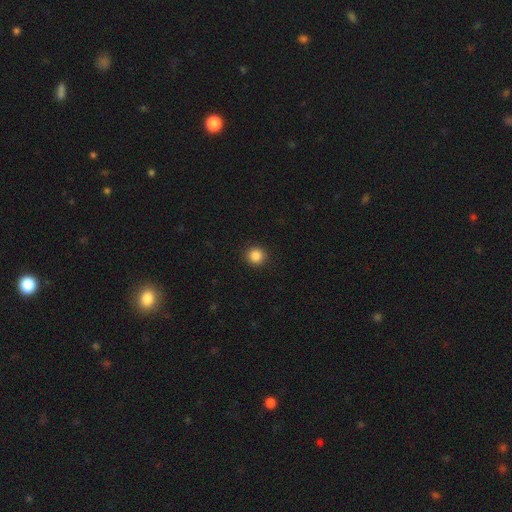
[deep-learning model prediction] Overall: smooth (86%). How rounded: round (94%). Merging: none (92%).